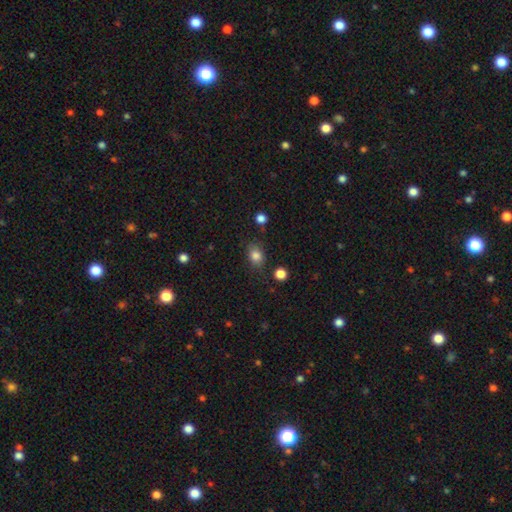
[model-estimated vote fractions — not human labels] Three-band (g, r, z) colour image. It shows a smooth galaxy with no disk features (83%) that is in between round and cigar-shaped (64%). Merging: none (77%).